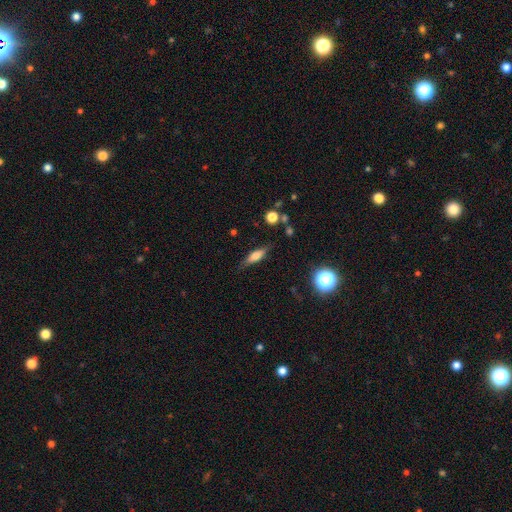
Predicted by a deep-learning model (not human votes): Morphology: type=smooth (54%); roundness=cigar-shaped (53%); merging=none (79%).